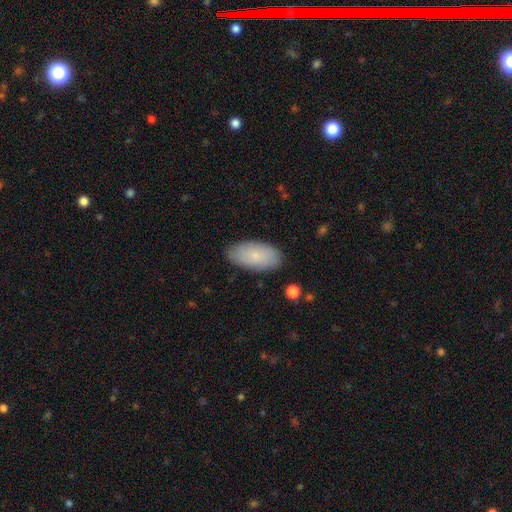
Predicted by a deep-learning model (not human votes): Overall: smooth (79%). How rounded: in between (94%). Merging: none (85%).